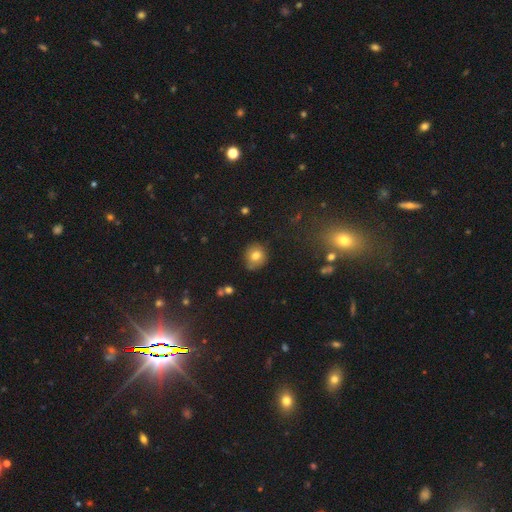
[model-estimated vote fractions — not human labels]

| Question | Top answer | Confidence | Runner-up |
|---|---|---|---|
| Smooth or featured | smooth | 77% | star or artifact (12%) |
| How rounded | round | 82% | in between (17%) |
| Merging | none | 80% | minor disturbance (14%) |